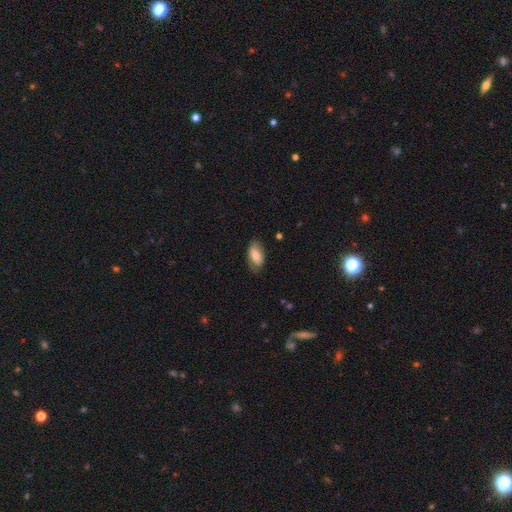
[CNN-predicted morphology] Overall: smooth (63%; featured or disk 30%). How rounded: in between (91%). Merging: none (71%).